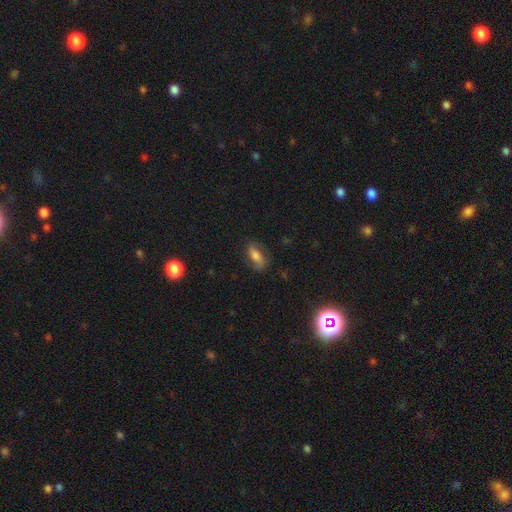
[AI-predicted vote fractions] A smooth galaxy with no disk features (61%) that is in between round and cigar-shaped (77%).

Vote fractions:
- Smooth or featured? smooth: 61% / featured or disk: 29% / star or artifact: 10%
- How rounded? in between: 77% / cigar-shaped: 17% / round: 6%
- Merging? none: 74% / minor disturbance: 18% / major disturbance: 6% / merger: 1%